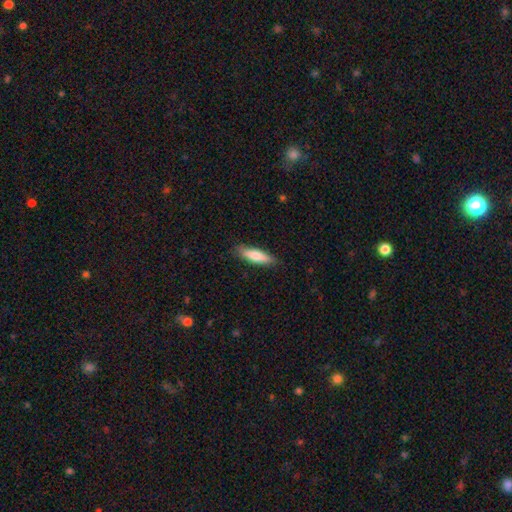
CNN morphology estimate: Q: Smooth or featured?
A: smooth (76%); runner-up: featured or disk (19%)
Q: How rounded?
A: cigar-shaped (60%); runner-up: in between (39%)
Q: Merging?
A: none (86%); runner-up: minor disturbance (11%)